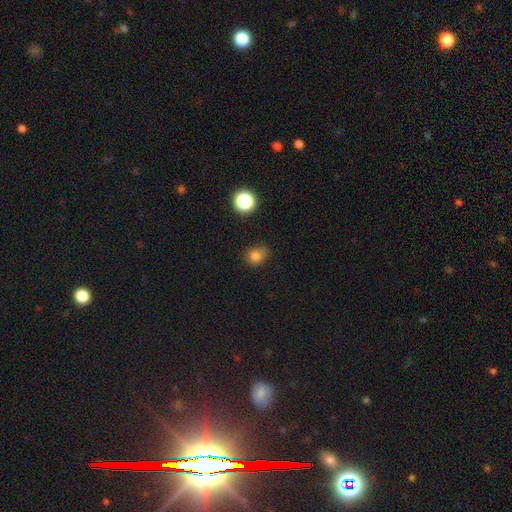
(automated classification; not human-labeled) Smooth or featured?
  - smooth: 79% *
  - star or artifact: 15%
  - featured or disk: 6%
How rounded?
  - round: 70% *
  - in between: 29%
  - cigar-shaped: 1%
Merging?
  - none: 72% *
  - minor disturbance: 21%
  - major disturbance: 4%
  - merger: 2%